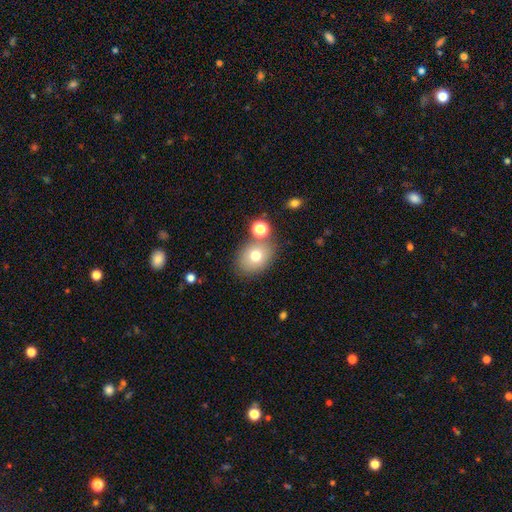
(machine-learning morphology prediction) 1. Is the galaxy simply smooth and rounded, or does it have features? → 72% smooth, 15% featured or disk, 12% star or artifact.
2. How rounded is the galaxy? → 52% in between, 47% round, 1% cigar-shaped.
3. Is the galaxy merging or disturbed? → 70% none, 13% merger, 12% minor disturbance, 4% major disturbance.